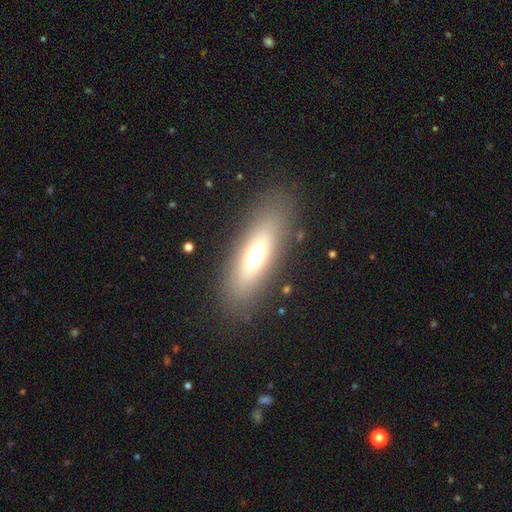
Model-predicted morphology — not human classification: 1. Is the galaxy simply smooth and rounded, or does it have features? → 63% smooth, 27% featured or disk, 10% star or artifact.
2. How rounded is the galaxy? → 58% in between, 39% cigar-shaped, 3% round.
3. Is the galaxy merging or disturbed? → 84% none, 9% minor disturbance, 5% major disturbance, 1% merger.